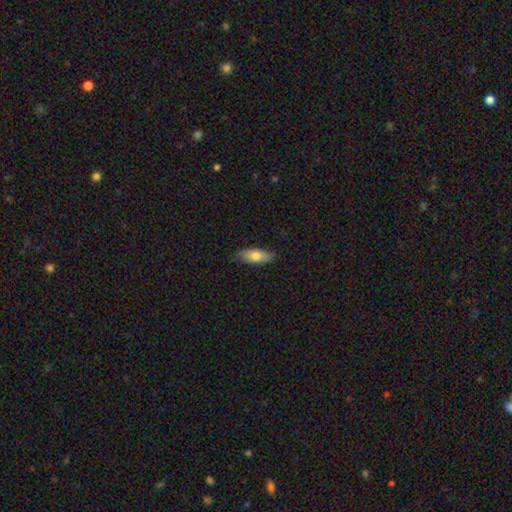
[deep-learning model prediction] This appears to be a smooth galaxy with no disk features (75%) that is in between round and cigar-shaped (74%). Merging: none (83%).